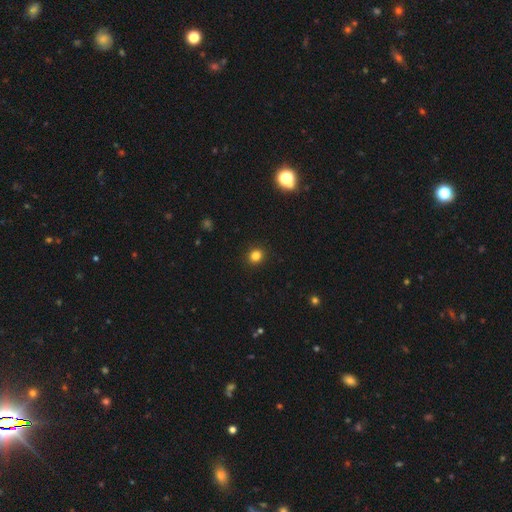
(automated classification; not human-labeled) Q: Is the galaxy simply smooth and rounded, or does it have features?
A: smooth — 83%.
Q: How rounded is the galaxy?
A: round — 87%.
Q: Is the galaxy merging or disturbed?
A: none — 92%.